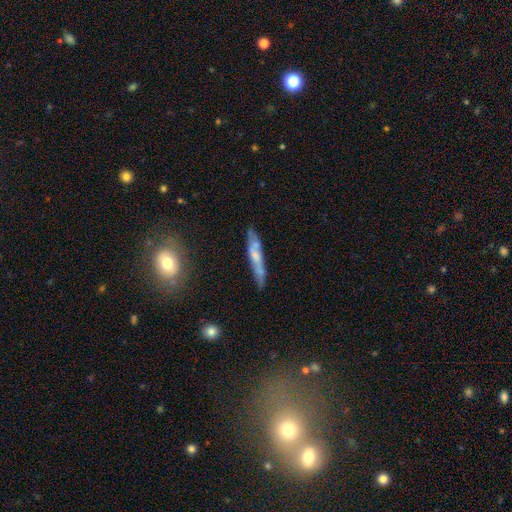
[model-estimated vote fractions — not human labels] A featured or disk galaxy (50%) viewed edge-on (69%). Merging: none (67%).